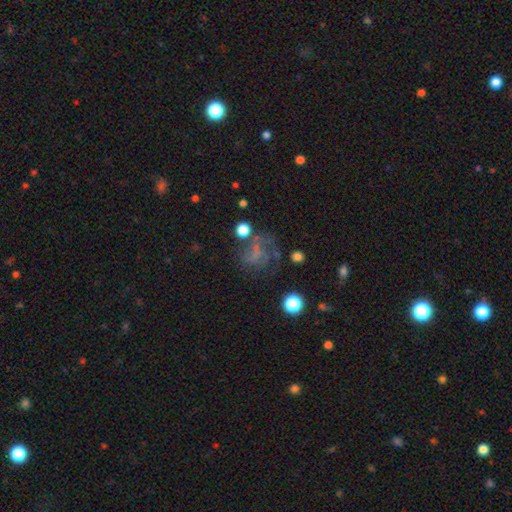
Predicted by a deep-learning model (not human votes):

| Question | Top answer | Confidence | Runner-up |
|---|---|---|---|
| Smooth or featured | featured or disk | 42% | smooth (34%) |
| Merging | none | 43% | major disturbance (31%) |